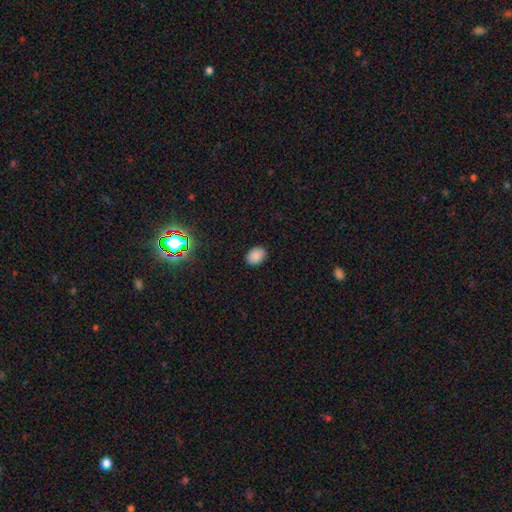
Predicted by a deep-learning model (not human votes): smooth_or_featured: smooth (p=0.86) [alt: star or artifact p=0.11]
how_rounded: in between (p=0.74) [alt: round p=0.25]
merging: none (p=0.89) [alt: minor disturbance p=0.08]